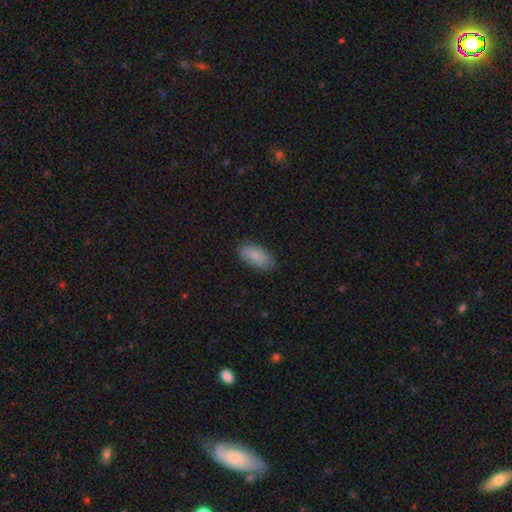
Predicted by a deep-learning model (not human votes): A smooth galaxy with no disk features (87%) that is in between round and cigar-shaped (91%).

Vote fractions:
- Smooth or featured? smooth: 87% / featured or disk: 8% / star or artifact: 6%
- How rounded? in between: 91% / cigar-shaped: 7% / round: 2%
- Merging? none: 84% / minor disturbance: 13% / major disturbance: 2% / merger: 1%